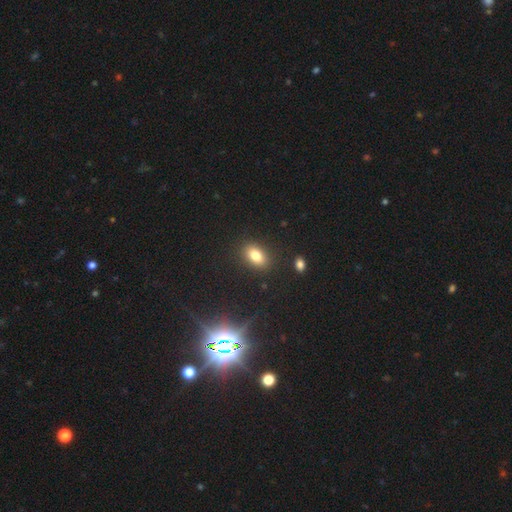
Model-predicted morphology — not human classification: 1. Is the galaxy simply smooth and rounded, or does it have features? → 80% smooth, 11% star or artifact, 9% featured or disk.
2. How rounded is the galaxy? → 84% in between, 12% round, 4% cigar-shaped.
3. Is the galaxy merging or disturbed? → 86% none, 9% minor disturbance, 3% major disturbance, 2% merger.